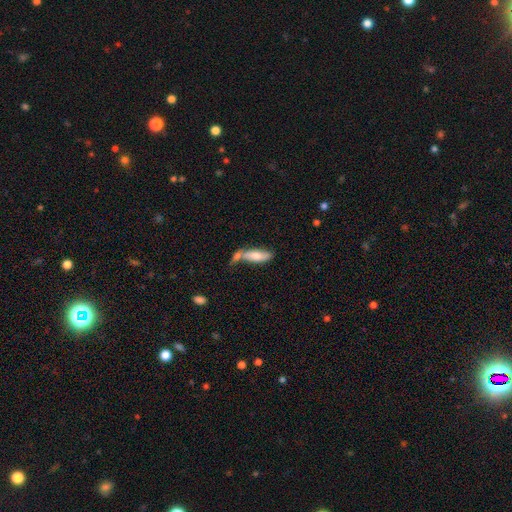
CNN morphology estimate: Smooth or featured: smooth — 71% (featured or disk — 23%)
How rounded: in between — 62% (cigar-shaped — 36%)
Merging: merger — 43% (none — 34%)